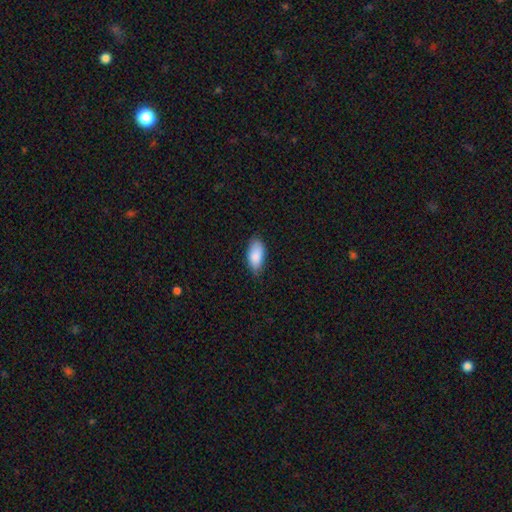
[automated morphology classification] Q: Smooth or featured?
A: smooth (86%); runner-up: featured or disk (7%)
Q: How rounded?
A: in between (91%); runner-up: cigar-shaped (6%)
Q: Merging?
A: none (74%); runner-up: minor disturbance (22%)